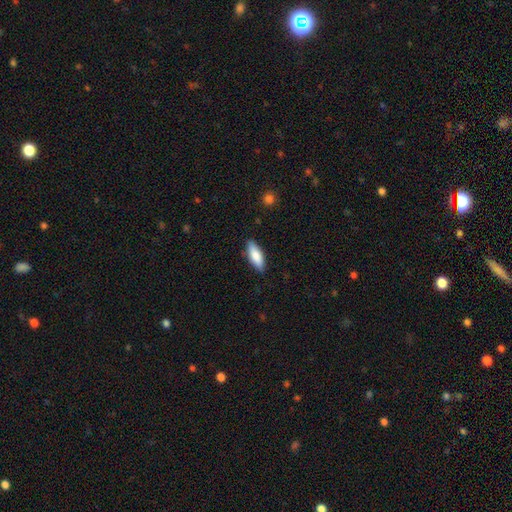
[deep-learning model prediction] Smooth or featured: smooth — 79% (featured or disk — 15%)
How rounded: in between — 65% (cigar-shaped — 33%)
Merging: none — 85% (minor disturbance — 11%)